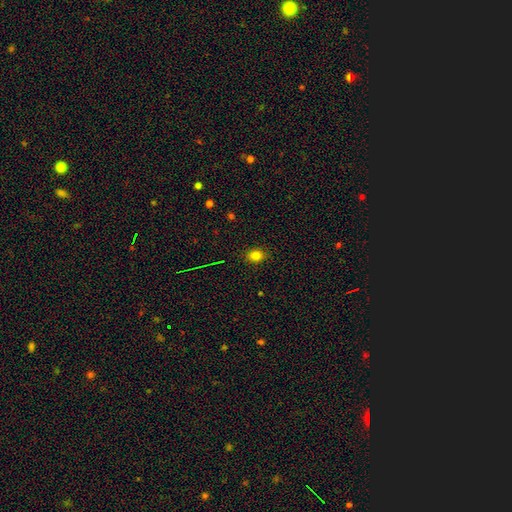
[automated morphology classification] The model was most divided on "how rounded": in between: 54%, round: 45%, cigar-shaped: 1%. More confident: merging — none (88%); smooth or featured — smooth (79%).